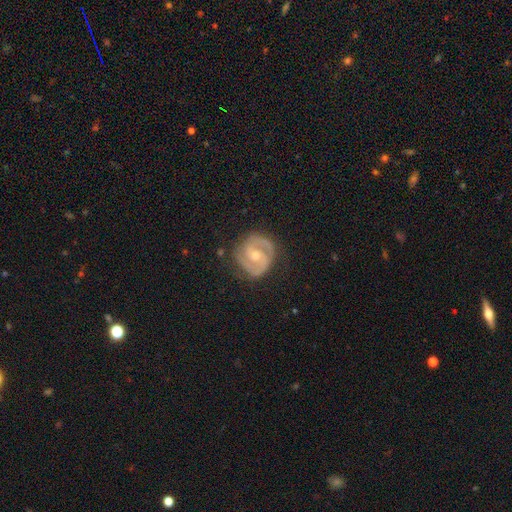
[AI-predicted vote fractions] Q: Smooth or featured?
A: featured or disk (86%); runner-up: smooth (10%)
Q: Edge-on disk?
A: no (98%); runner-up: yes (2%)
Q: Bar?
A: no (51%); runner-up: weak (39%)
Q: Spiral arms?
A: yes (95%); runner-up: no (5%)
Q: Spiral winding?
A: tight (52%); runner-up: medium (41%)
Q: Spiral arm count?
A: 2 (78%); runner-up: 3 (9%)
Q: Bulge size?
A: moderate (65%); runner-up: small (30%)
Q: Merging?
A: none (75%); runner-up: minor disturbance (18%)